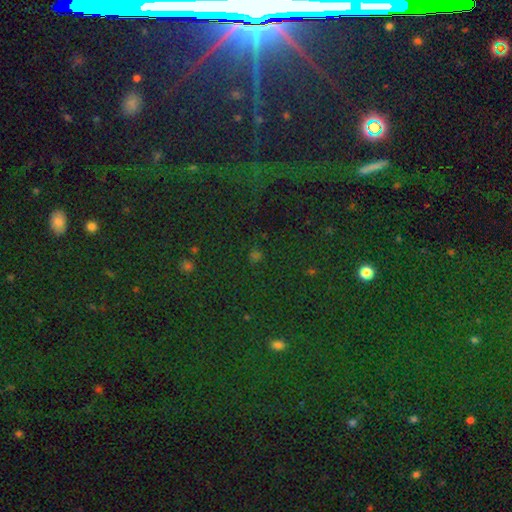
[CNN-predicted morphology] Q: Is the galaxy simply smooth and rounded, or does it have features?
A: star or artifact — 62%.